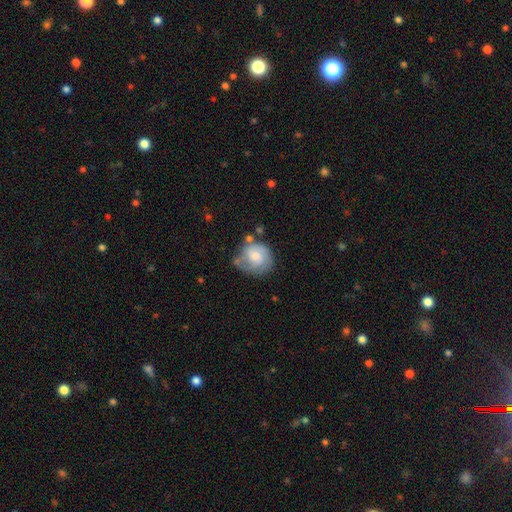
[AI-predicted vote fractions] Smooth or featured? Predicted: smooth (p=0.49). Merging? Predicted: none (p=0.50).